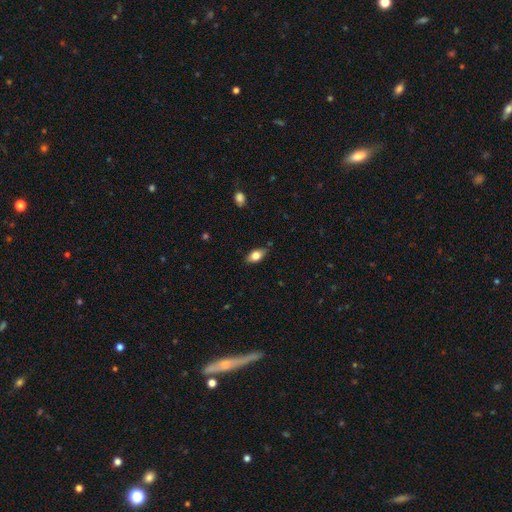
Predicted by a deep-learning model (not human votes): Smooth or featured?
  - smooth: 78% *
  - featured or disk: 15%
  - star or artifact: 8%
How rounded?
  - in between: 88% *
  - round: 7%
  - cigar-shaped: 5%
Merging?
  - none: 81% *
  - minor disturbance: 15%
  - major disturbance: 3%
  - merger: 1%